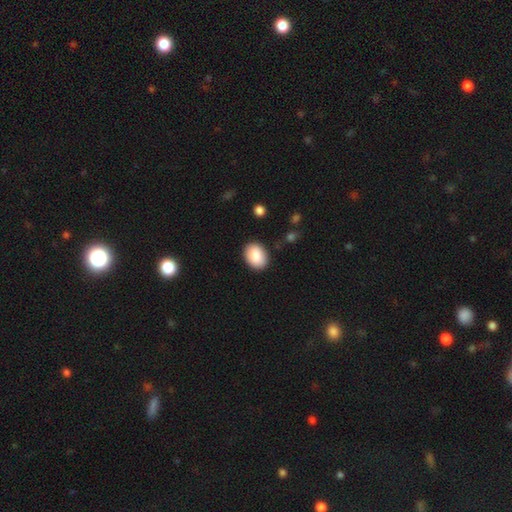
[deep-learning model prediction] A smooth galaxy with no disk features (87%) that is in between round and cigar-shaped (78%). Merging: none (88%).